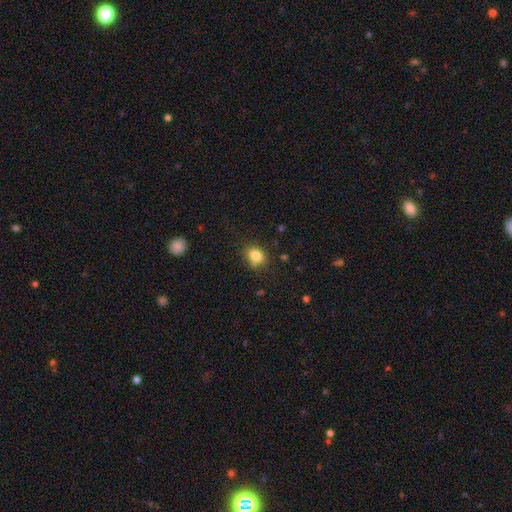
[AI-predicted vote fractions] Morphology: type=smooth (82%); roundness=round (54%); merging=none (72%).